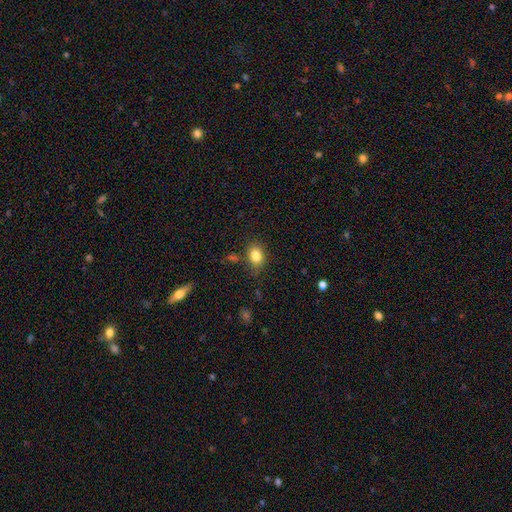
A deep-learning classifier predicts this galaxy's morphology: Smooth or featured: smooth — 83% (star or artifact — 10%)
How rounded: in between — 62% (round — 37%)
Merging: none — 78% (minor disturbance — 15%)